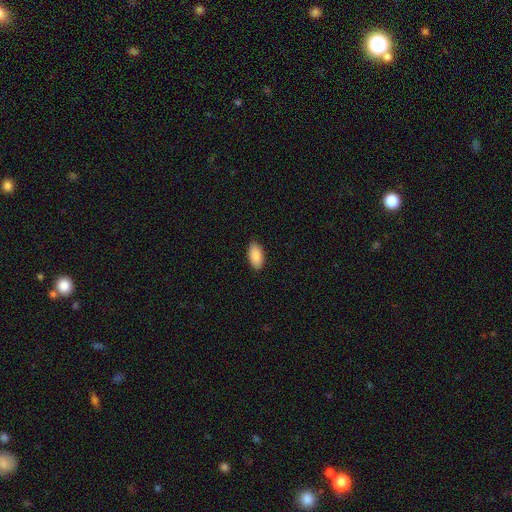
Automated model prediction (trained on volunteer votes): smooth_or_featured: smooth (p=0.90) [alt: star or artifact p=0.06]
how_rounded: in between (p=0.94) [alt: cigar-shaped p=0.04]
merging: none (p=0.90) [alt: minor disturbance p=0.08]